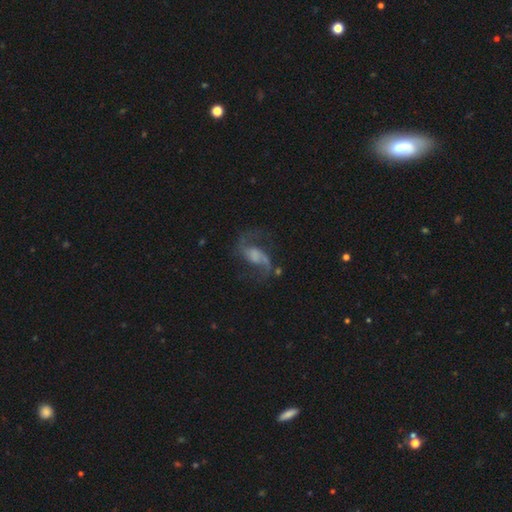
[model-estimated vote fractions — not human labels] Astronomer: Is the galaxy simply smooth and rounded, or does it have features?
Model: featured or disk — 82%.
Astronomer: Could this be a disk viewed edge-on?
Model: no — 97%.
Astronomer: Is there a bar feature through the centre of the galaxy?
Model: weak — 44% (runner-up: no, 40%).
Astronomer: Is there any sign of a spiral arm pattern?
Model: yes — 94%.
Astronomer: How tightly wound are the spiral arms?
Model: loose — 65%.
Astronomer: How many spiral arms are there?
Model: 2 — 91%.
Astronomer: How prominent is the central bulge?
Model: none — 41% (runner-up: small, 21%).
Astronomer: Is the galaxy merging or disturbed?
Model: none — 65%.